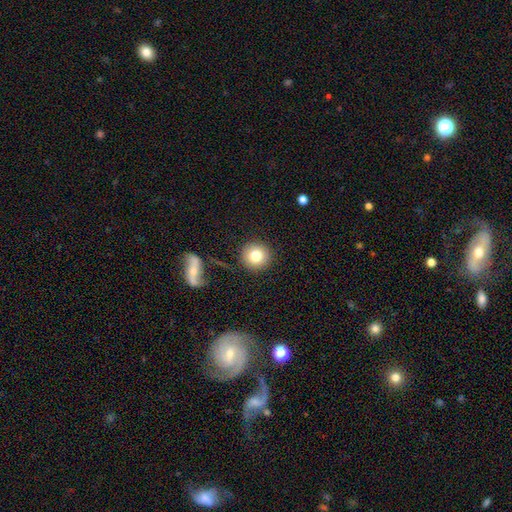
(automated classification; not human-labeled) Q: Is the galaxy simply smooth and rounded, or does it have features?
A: smooth — 80%.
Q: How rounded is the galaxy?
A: round — 93%.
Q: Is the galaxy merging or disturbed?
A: none — 87%.